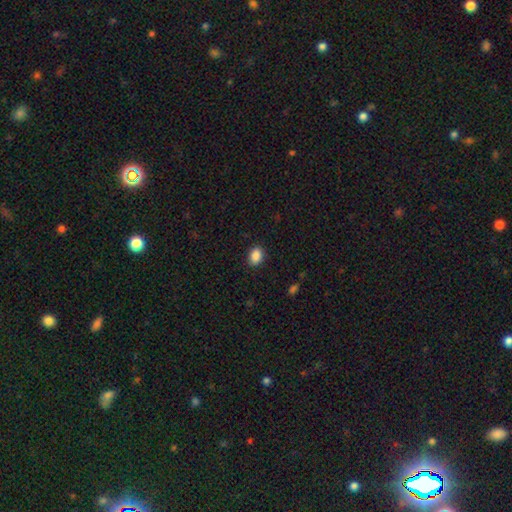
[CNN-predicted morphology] smooth 89%, star or artifact 8%, featured or disk 3%. Down the decision tree: how rounded — in between (72%); merging — none (88%).